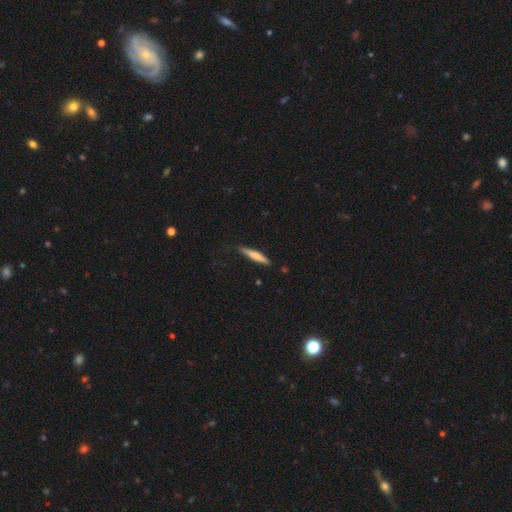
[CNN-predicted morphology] This is likely a smooth galaxy (67%). How rounded: clearly cigar-shaped (91%). Merging: likely none (79%).